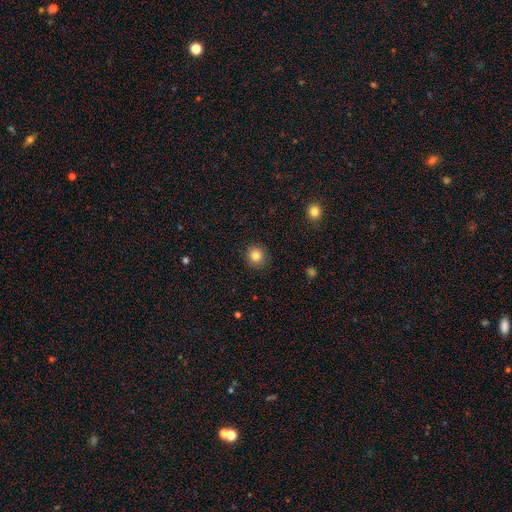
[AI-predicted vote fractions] Smooth or featured?
  - smooth: 83% *
  - star or artifact: 11%
  - featured or disk: 6%
How rounded?
  - round: 91% *
  - in between: 8%
  - cigar-shaped: 1%
Merging?
  - none: 90% *
  - minor disturbance: 7%
  - major disturbance: 2%
  - merger: 1%